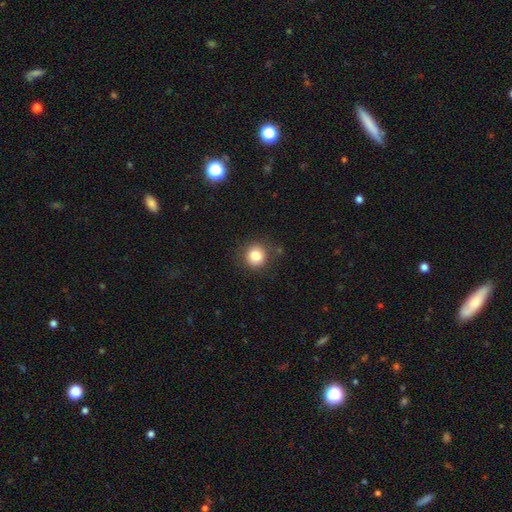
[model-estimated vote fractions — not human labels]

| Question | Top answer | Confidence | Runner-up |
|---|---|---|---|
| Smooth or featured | smooth | 83% | star or artifact (11%) |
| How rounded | round | 89% | in between (10%) |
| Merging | none | 85% | minor disturbance (10%) |